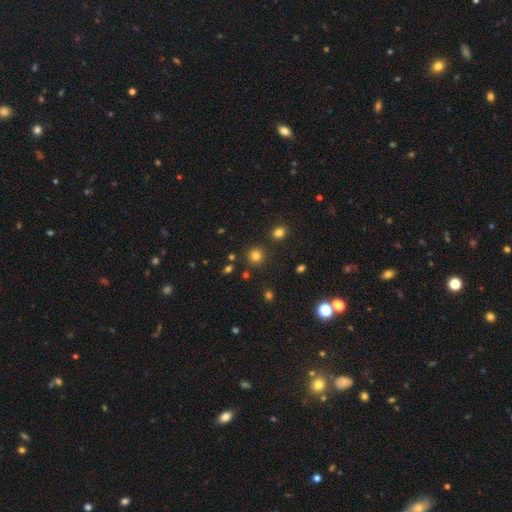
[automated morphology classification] Q: Smooth or featured?
A: smooth (78%); runner-up: star or artifact (16%)
Q: How rounded?
A: round (93%); runner-up: in between (6%)
Q: Merging?
A: none (87%); runner-up: minor disturbance (6%)